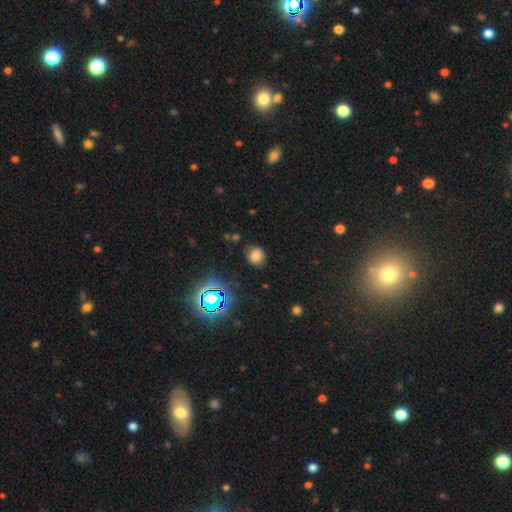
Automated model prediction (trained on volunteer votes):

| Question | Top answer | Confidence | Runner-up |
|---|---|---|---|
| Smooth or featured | smooth | 71% | star or artifact (21%) |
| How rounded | round | 72% | in between (27%) |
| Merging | none | 78% | minor disturbance (15%) |